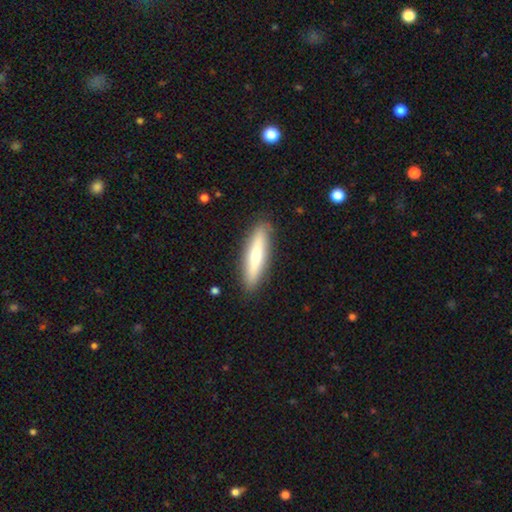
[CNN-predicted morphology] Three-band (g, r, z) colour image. It shows a smooth galaxy with no disk features (60%) that is cigar-shaped (82%). Merging: none (89%).